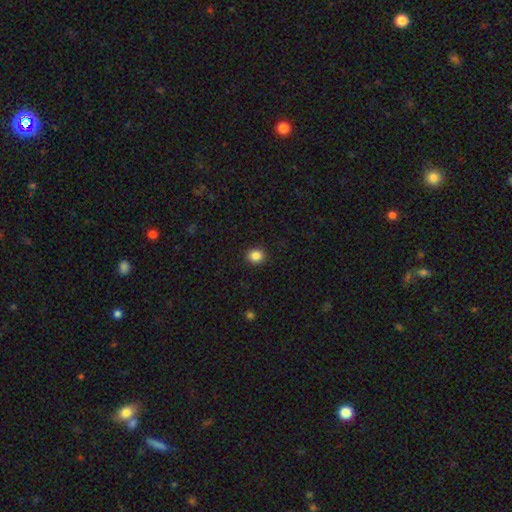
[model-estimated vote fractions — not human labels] Overall: smooth (86%). How rounded: round (79%). Merging: none (92%).